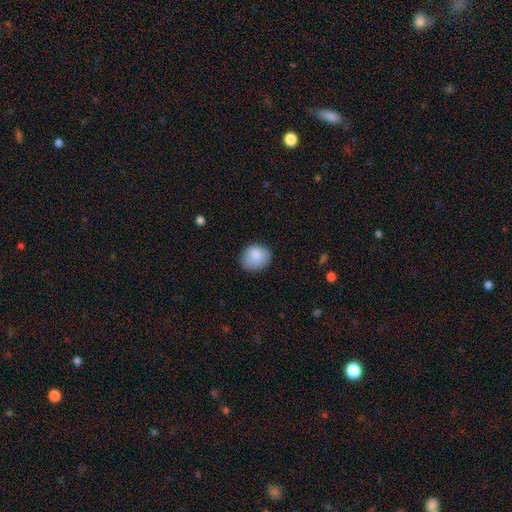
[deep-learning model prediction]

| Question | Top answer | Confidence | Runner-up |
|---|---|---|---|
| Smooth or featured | smooth | 87% | star or artifact (7%) |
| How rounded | round | 64% | in between (35%) |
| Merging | none | 80% | minor disturbance (16%) |